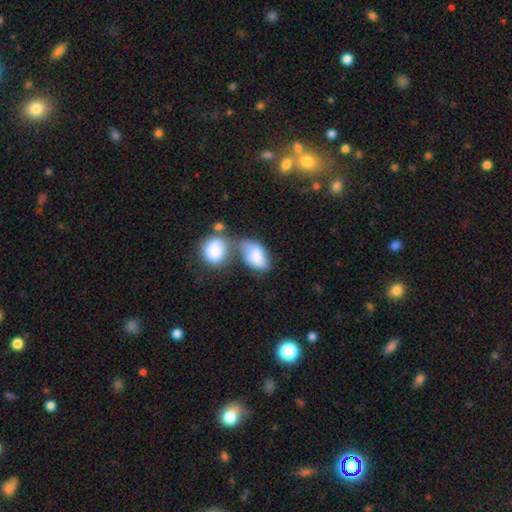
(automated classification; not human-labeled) The model was most divided on "merging": merger: 43%, none: 27%, minor disturbance: 18%, major disturbance: 13%. More confident: how rounded — in between (91%); smooth or featured — smooth (76%).